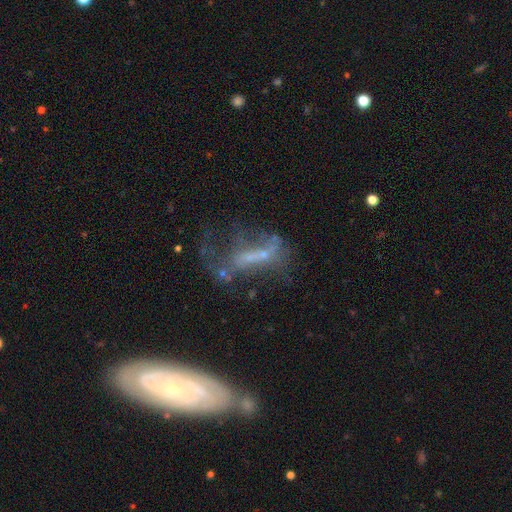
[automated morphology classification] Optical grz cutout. It shows a featured or disk galaxy (57%). Merging: major disturbance (37%).